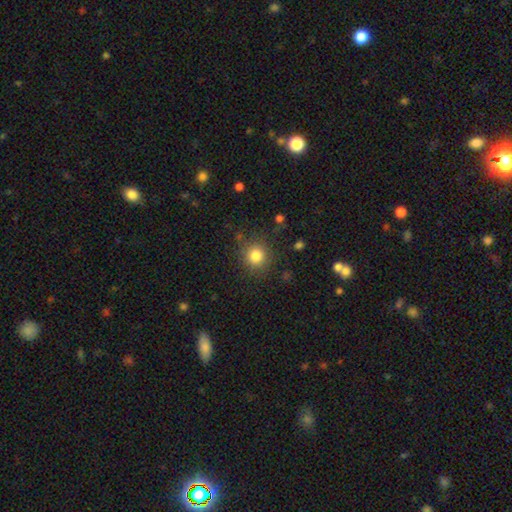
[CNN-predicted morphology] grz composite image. It shows a smooth galaxy with no disk features (82%) that is round (91%). Merging: none (84%).